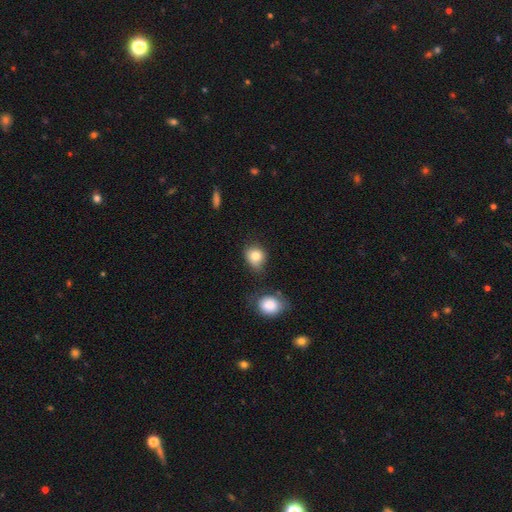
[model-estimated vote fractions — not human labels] smooth-or-featured: smooth: 82% | star or artifact: 10% | featured or disk: 8%
  how-rounded: round: 64% | in between: 35% | cigar-shaped: 1%
  merging: none: 61% | minor disturbance: 24% | merger: 8% | major disturbance: 7%